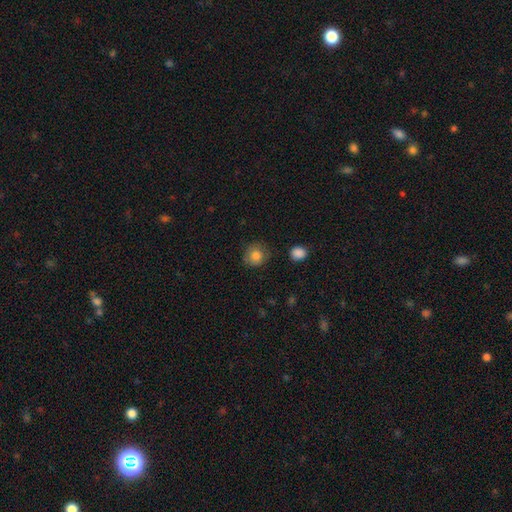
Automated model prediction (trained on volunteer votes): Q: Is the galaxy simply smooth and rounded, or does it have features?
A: smooth — 83%.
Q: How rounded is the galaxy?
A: round — 87%.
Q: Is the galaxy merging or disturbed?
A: none — 82%.